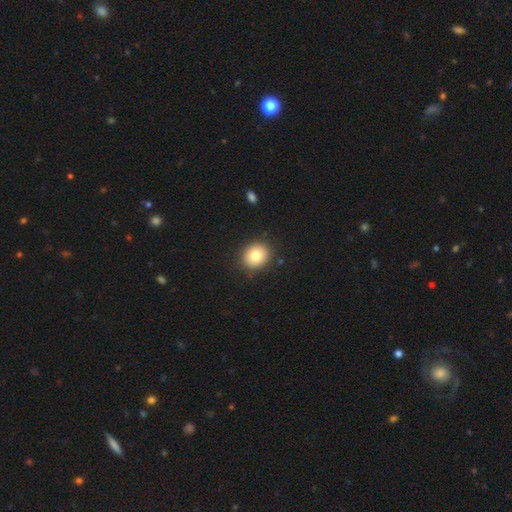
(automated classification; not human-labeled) smooth-or-featured: smooth: 80% | featured or disk: 10% | star or artifact: 9%
  how-rounded: round: 77% | in between: 22% | cigar-shaped: 1%
  merging: none: 89% | minor disturbance: 8% | major disturbance: 2% | merger: 1%